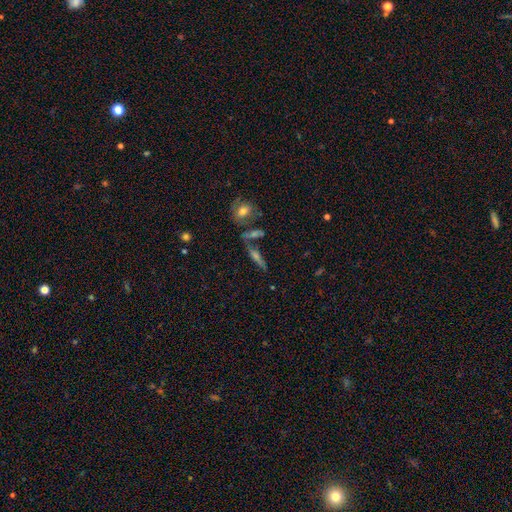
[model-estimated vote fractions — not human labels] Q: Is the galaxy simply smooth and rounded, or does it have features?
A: featured or disk — 59%.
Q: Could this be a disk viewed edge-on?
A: yes — 89%.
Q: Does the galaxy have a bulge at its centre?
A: rounded — 81%.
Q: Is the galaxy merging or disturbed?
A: none — 68%.